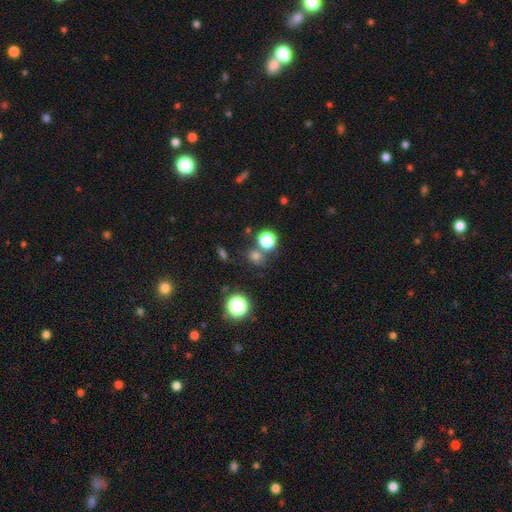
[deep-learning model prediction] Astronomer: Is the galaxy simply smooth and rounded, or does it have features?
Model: smooth — 68%.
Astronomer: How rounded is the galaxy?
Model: round — 79%.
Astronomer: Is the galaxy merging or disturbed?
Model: none — 71%.